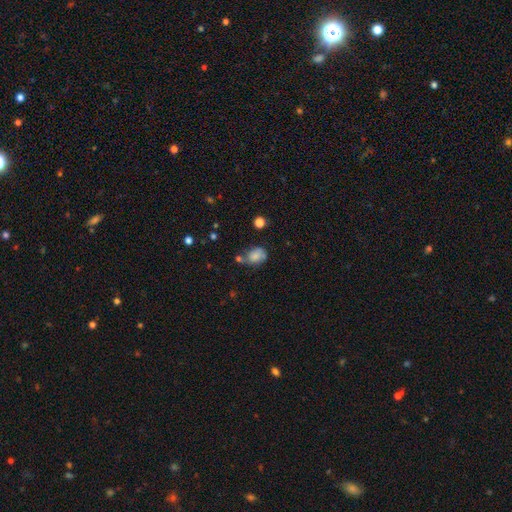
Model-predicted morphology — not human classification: This appears to be a smooth galaxy with no disk features (72%) that is in between round and cigar-shaped (65%). Merging: none (43%).